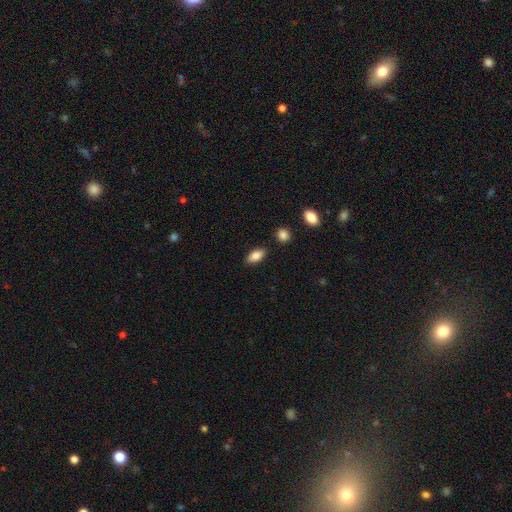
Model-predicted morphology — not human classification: Smooth or featured? smooth (84%)
How rounded? in between (87%)
Merging? none (85%)